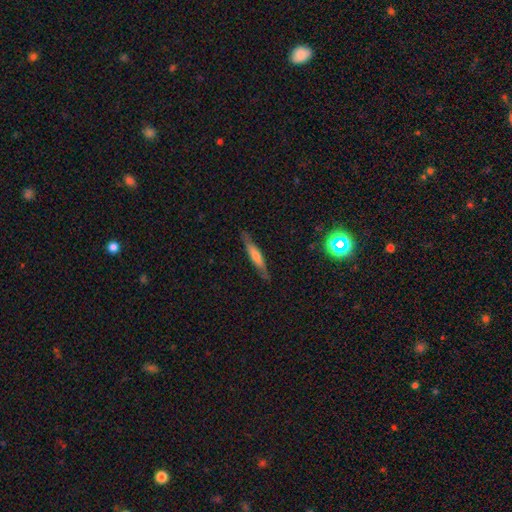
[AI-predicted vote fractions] Smooth or featured: featured or disk — 48% (smooth — 44%)
Merging: none — 84% (minor disturbance — 12%)